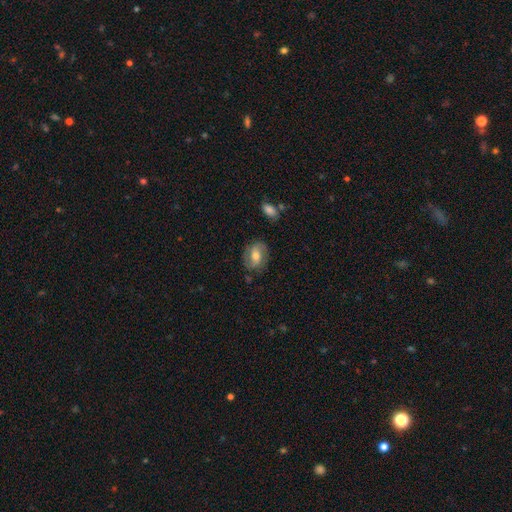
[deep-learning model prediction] Overall: featured or disk (48%; smooth 44%). Merging: none (76%).